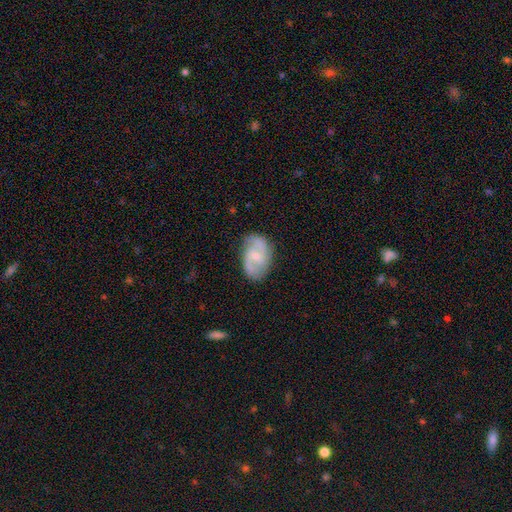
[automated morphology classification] This is likely a featured or disk galaxy (78%). It is clearly not viewed edge-on (97%). Bar: possibly no (51%). Spiral arm pattern: clearly yes (94%). Spiral arm count: clearly 2 (85%). Spiral winding: possibly medium (49%). Central bulge: likely small (61%). Merging: likely none (76%).